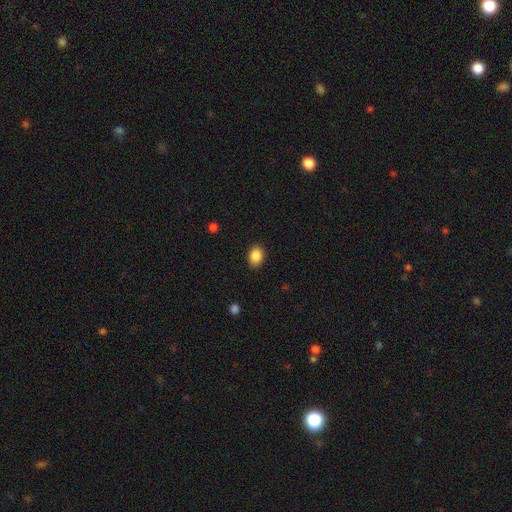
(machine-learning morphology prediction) Smooth or featured? Predicted: smooth (p=0.87). How rounded? Predicted: in between (p=0.68). Merging? Predicted: none (p=0.88).